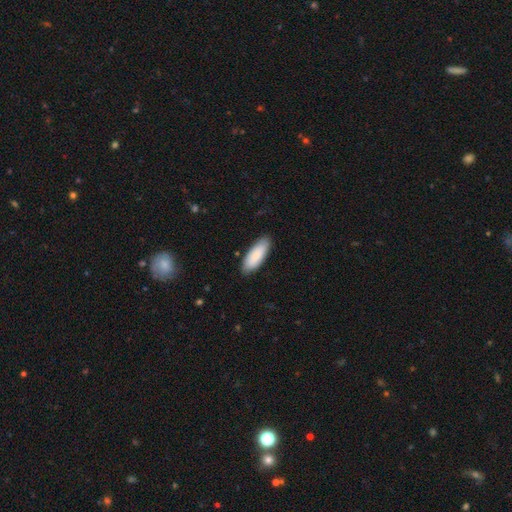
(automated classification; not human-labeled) This appears to be a smooth galaxy with no disk features (88%) that is in between round and cigar-shaped (71%). Merging: none (86%).